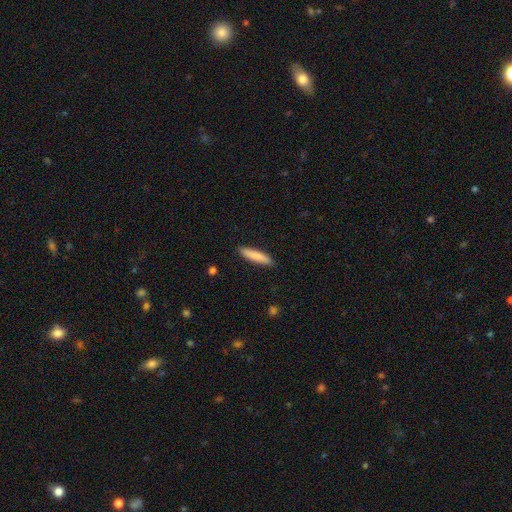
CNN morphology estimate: This is clearly a smooth galaxy (84%). How rounded: clearly cigar-shaped (85%). Merging: clearly none (90%).